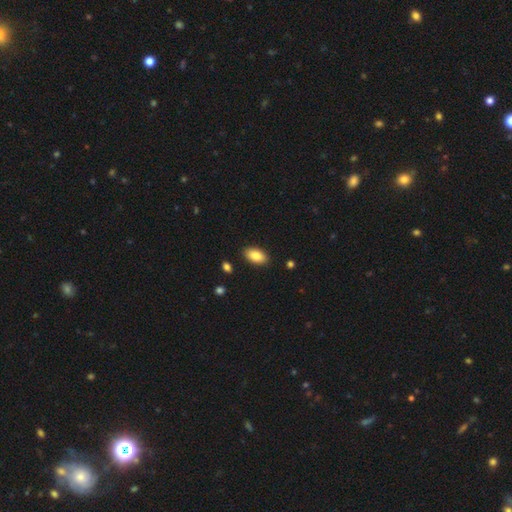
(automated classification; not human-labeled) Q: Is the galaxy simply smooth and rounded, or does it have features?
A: smooth — 86%.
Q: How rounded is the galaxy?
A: in between — 94%.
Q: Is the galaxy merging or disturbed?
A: none — 88%.